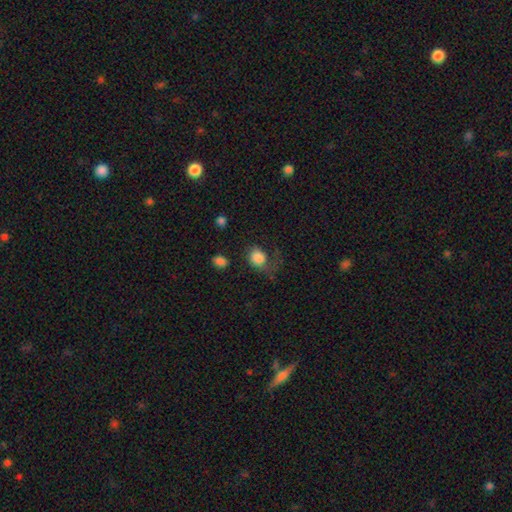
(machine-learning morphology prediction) smooth 80%, featured or disk 12%, star or artifact 8%. Down the decision tree: how rounded — round (58%); merging — major disturbance (41%).